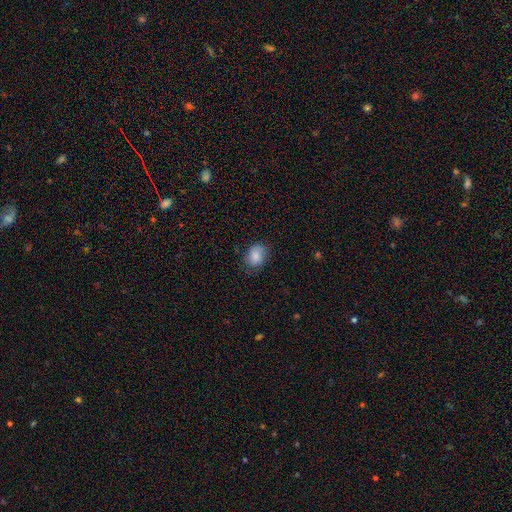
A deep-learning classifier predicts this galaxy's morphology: smooth 82%, featured or disk 10%, star or artifact 8%. Down the decision tree: how rounded — in between (59%); merging — none (74%).